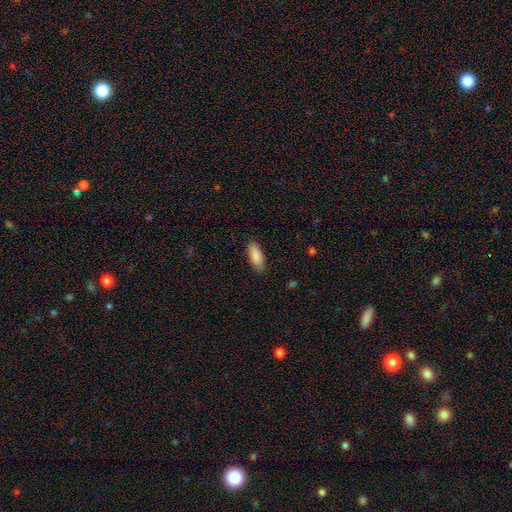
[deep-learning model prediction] smooth-or-featured: smooth: 90% | star or artifact: 6% | featured or disk: 4%
  how-rounded: in between: 79% | cigar-shaped: 19% | round: 2%
  merging: none: 86% | minor disturbance: 10% | major disturbance: 2% | merger: 1%